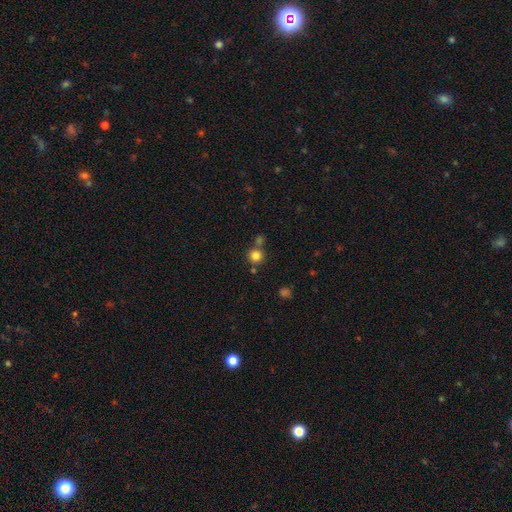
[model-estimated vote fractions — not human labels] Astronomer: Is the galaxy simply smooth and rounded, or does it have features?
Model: smooth — 80%.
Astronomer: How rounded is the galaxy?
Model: round — 93%.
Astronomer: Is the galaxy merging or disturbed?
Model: none — 70%.